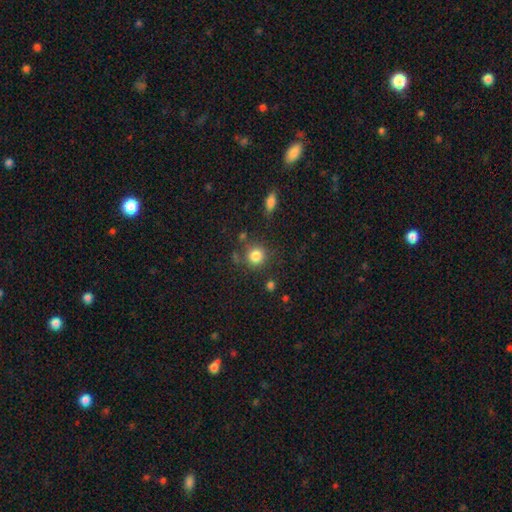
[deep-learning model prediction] Smooth or featured: smooth — 84% (star or artifact — 11%)
How rounded: round — 89% (in between — 10%)
Merging: none — 77% (minor disturbance — 11%)